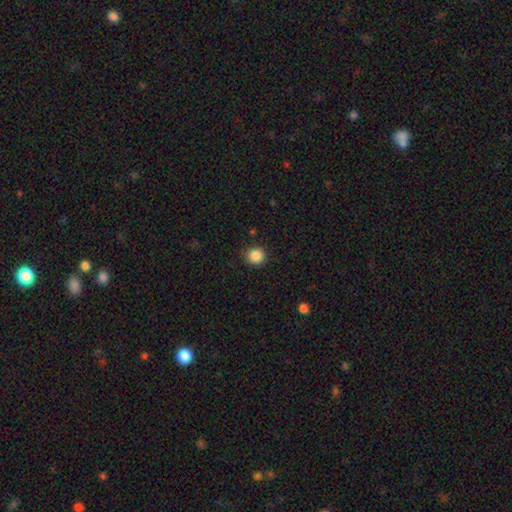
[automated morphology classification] smooth 87%, star or artifact 10%, featured or disk 3%. Down the decision tree: how rounded — round (93%); merging — none (88%).